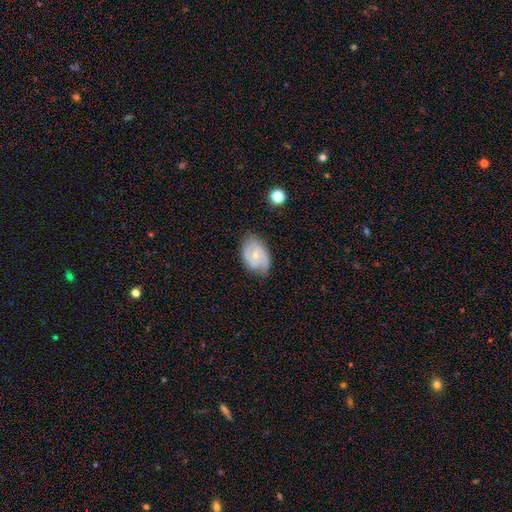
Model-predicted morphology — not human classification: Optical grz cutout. It shows a featured or disk galaxy (74%) with no bar (62%), 2 (65%) tight (50%) spiral arms (92%) and a small central bulge (55%). Merging: none (72%).